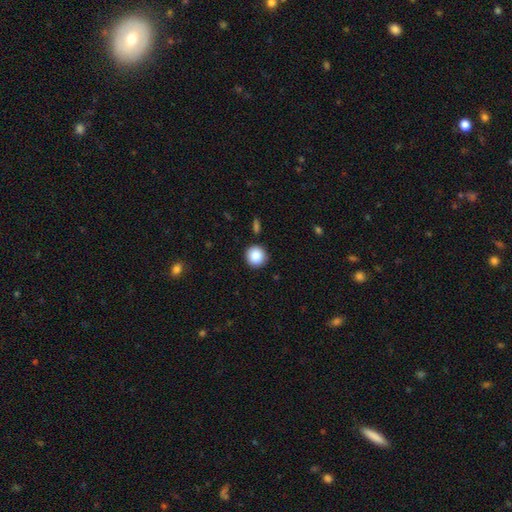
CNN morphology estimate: A smooth galaxy with no disk features (87%) that is round (94%).

Vote fractions:
- Smooth or featured? smooth: 87% / star or artifact: 8% / featured or disk: 5%
- How rounded? round: 94% / in between: 5% / cigar-shaped: 1%
- Merging? none: 90% / minor disturbance: 6% / major disturbance: 2% / merger: 2%